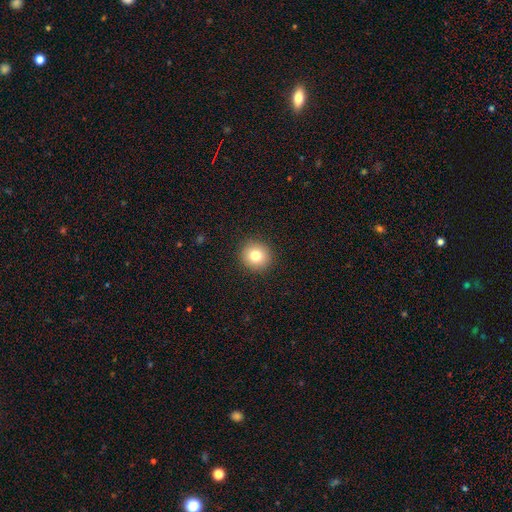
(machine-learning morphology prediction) smooth 79%, star or artifact 11%, featured or disk 10%. Down the decision tree: how rounded — round (92%); merging — none (92%).